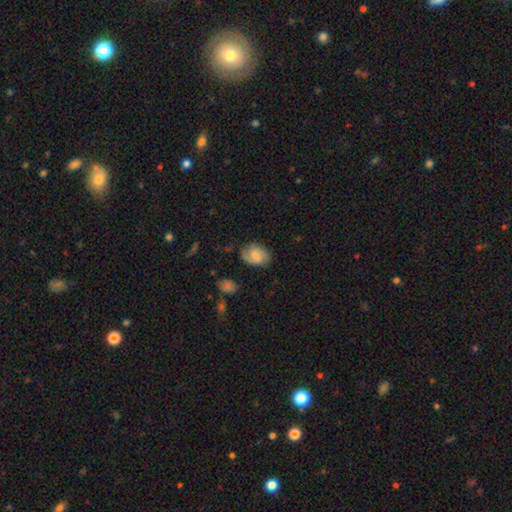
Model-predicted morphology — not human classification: Smooth or featured? Predicted: smooth (p=0.50). Merging? Predicted: none (p=0.68).